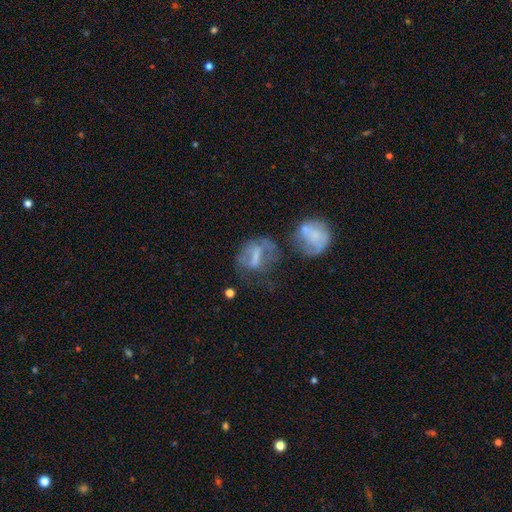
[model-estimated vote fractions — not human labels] Q: Smooth or featured?
A: featured or disk (50%); runner-up: smooth (37%)
Q: Edge-on disk?
A: no (93%); runner-up: yes (7%)
Q: Merging?
A: none (35%); runner-up: major disturbance (29%)